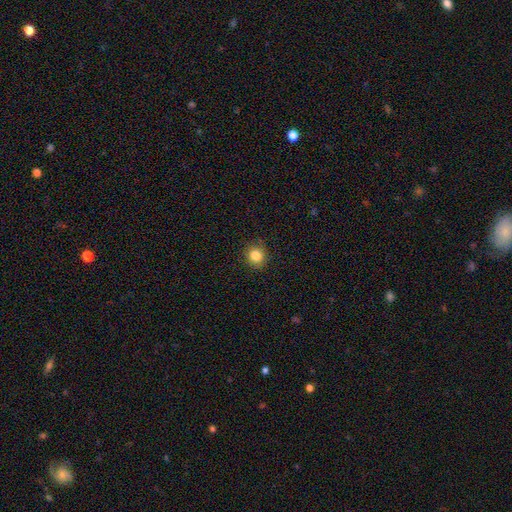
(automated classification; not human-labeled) This is clearly a smooth galaxy (84%). How rounded: clearly round (89%). Merging: clearly none (90%).